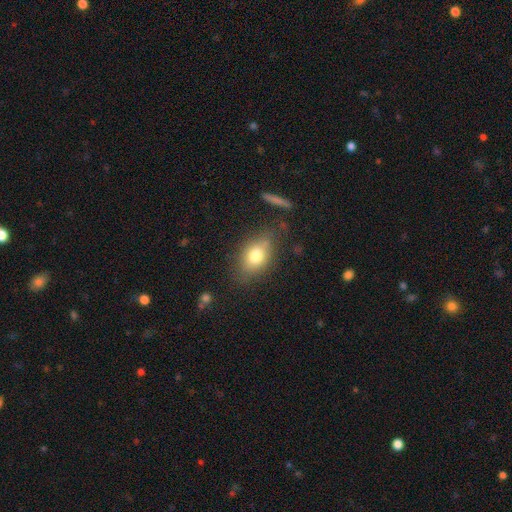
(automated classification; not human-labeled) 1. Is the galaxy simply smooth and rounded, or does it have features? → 74% smooth, 16% featured or disk, 9% star or artifact.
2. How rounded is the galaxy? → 75% in between, 22% round, 3% cigar-shaped.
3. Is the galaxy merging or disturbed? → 72% none, 18% minor disturbance, 6% major disturbance, 4% merger.